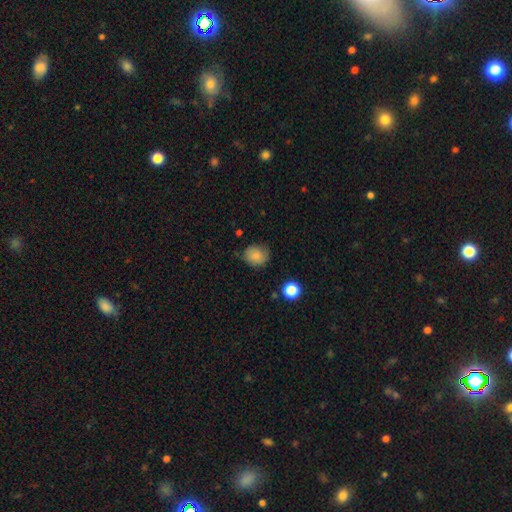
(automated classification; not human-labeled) Smooth or featured: smooth — 81% (star or artifact — 10%)
How rounded: round — 71% (in between — 29%)
Merging: none — 71% (minor disturbance — 23%)